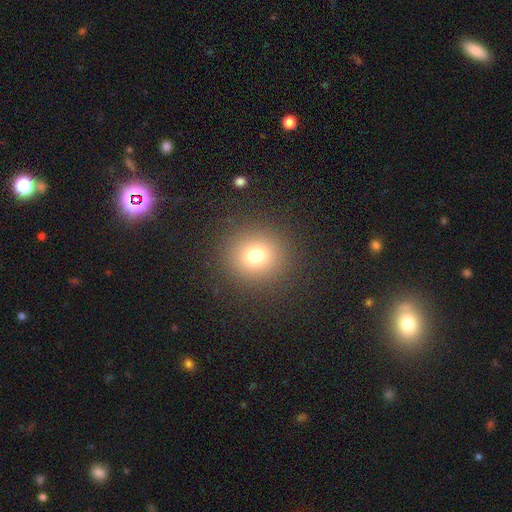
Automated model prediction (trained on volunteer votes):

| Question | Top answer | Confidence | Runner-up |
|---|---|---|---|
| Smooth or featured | smooth | 74% | star or artifact (16%) |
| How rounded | round | 91% | in between (8%) |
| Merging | none | 89% | minor disturbance (6%) |